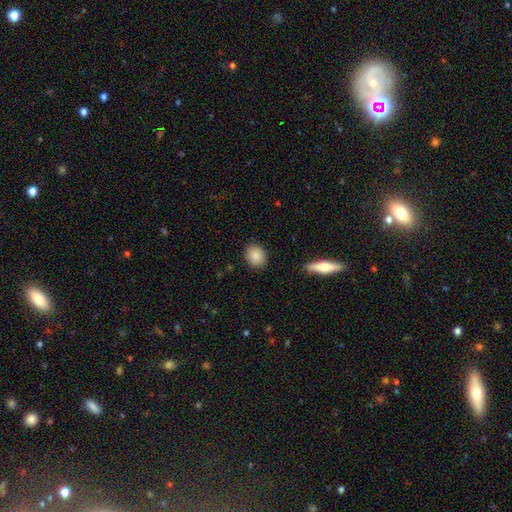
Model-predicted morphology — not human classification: This is clearly a smooth galaxy (88%). How rounded: likely round (63%). Merging: clearly none (88%).